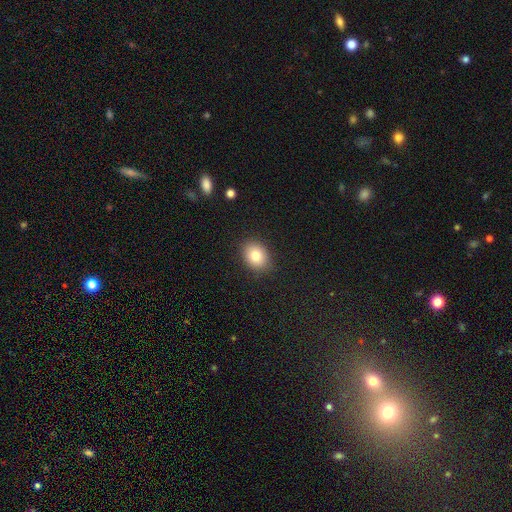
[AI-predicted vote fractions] Overall: smooth (81%). How rounded: in between (56%; round 43%). Merging: none (87%).